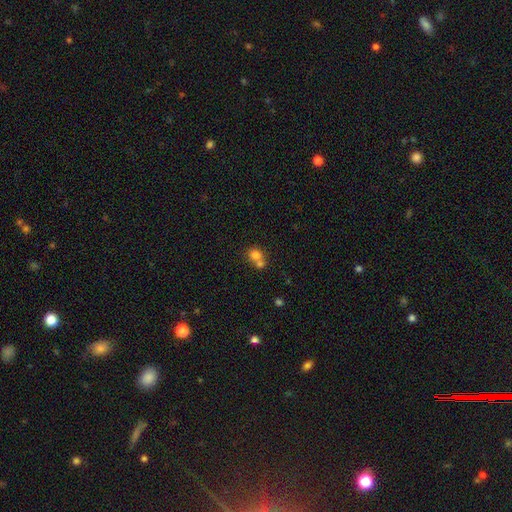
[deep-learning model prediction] Q: Smooth or featured?
A: smooth (76%); runner-up: star or artifact (12%)
Q: How rounded?
A: round (71%); runner-up: in between (28%)
Q: Merging?
A: merger (57%); runner-up: none (34%)